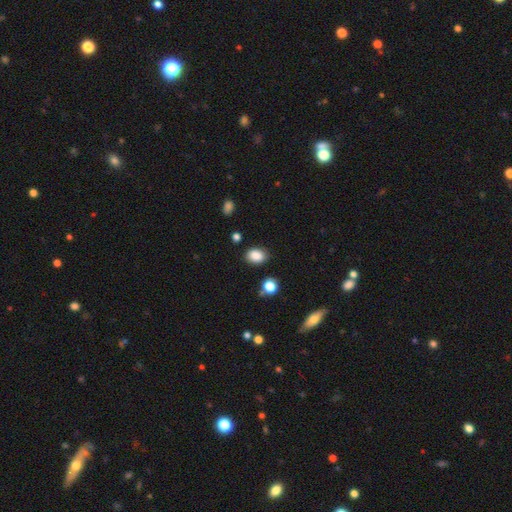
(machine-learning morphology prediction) The model was most divided on "how rounded": in between: 72%, round: 27%, cigar-shaped: 1%. More confident: smooth or featured — smooth (86%); merging — none (81%).